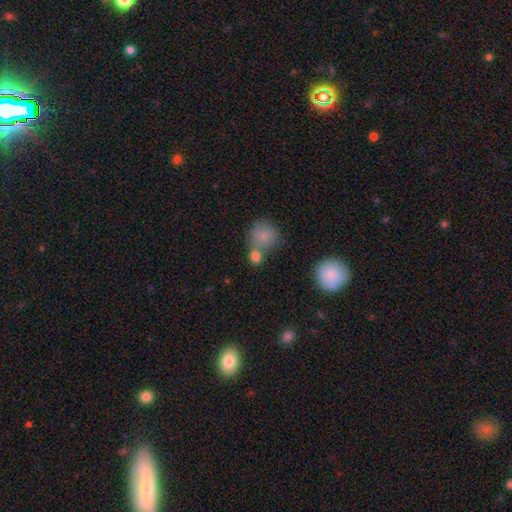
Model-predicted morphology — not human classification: smooth_or_featured: smooth (p=0.80) [alt: star or artifact p=0.11]
how_rounded: round (p=0.71) [alt: in between p=0.27]
merging: none (p=0.44) [alt: merger p=0.41]